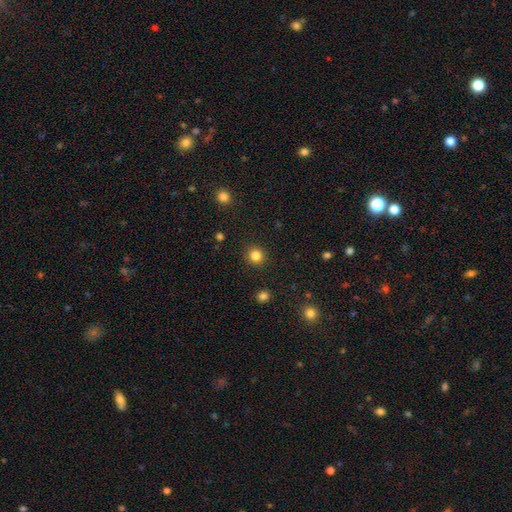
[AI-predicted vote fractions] The model was most divided on "smooth or featured": smooth: 83%, star or artifact: 13%, featured or disk: 4%. More confident: how rounded — round (92%); merging — none (91%).